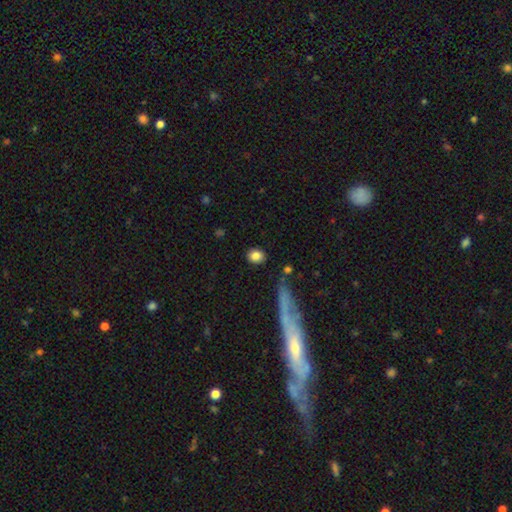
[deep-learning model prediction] Morphology: type=smooth (84%); roundness=round (57%); merging=none (85%).